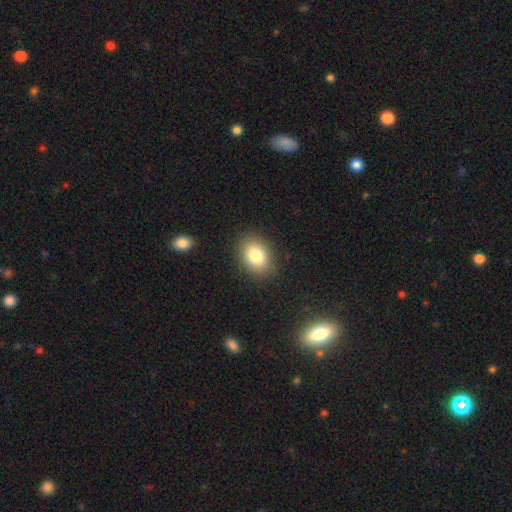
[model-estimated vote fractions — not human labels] This appears to be a smooth galaxy with no disk features (83%) that is in between round and cigar-shaped (69%). Merging: none (87%).